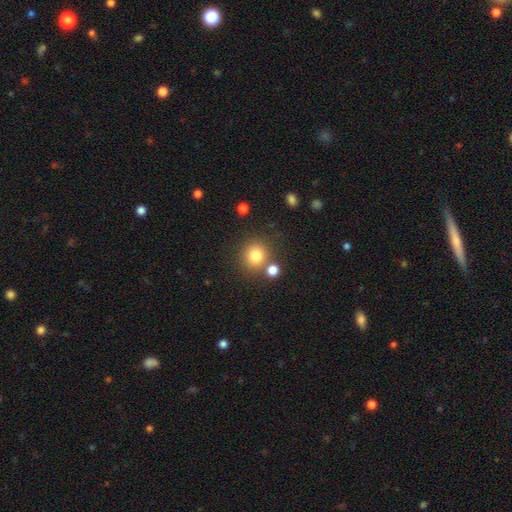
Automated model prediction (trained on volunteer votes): Smooth or featured? Predicted: smooth (p=0.80). How rounded? Predicted: round (p=0.87). Merging? Predicted: none (p=0.75).